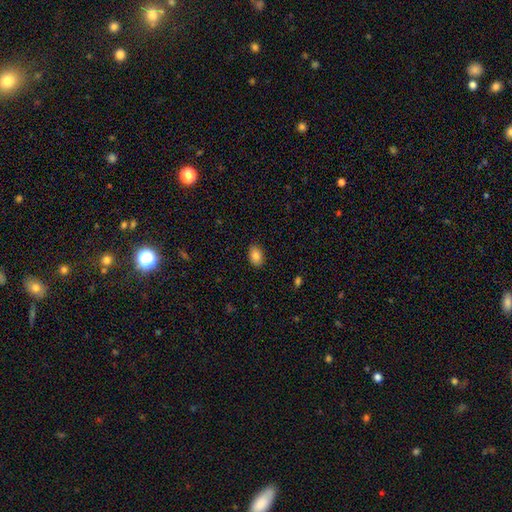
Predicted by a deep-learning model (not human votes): Smooth or featured: smooth — 85% (star or artifact — 8%)
How rounded: in between — 83% (round — 16%)
Merging: none — 87% (minor disturbance — 9%)